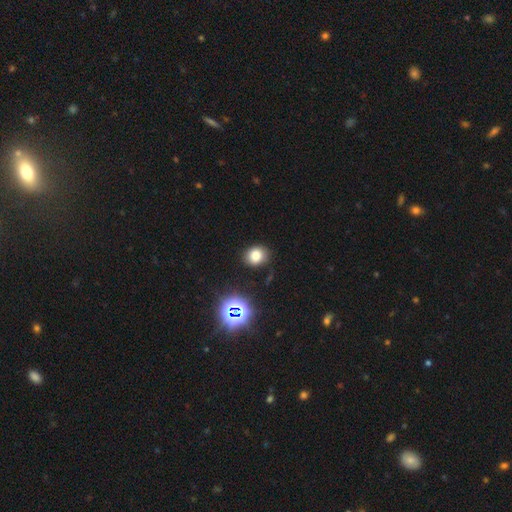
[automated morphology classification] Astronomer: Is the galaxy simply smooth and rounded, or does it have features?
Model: smooth — 77%.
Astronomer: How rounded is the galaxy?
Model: round — 69%.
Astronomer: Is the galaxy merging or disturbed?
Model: none — 83%.